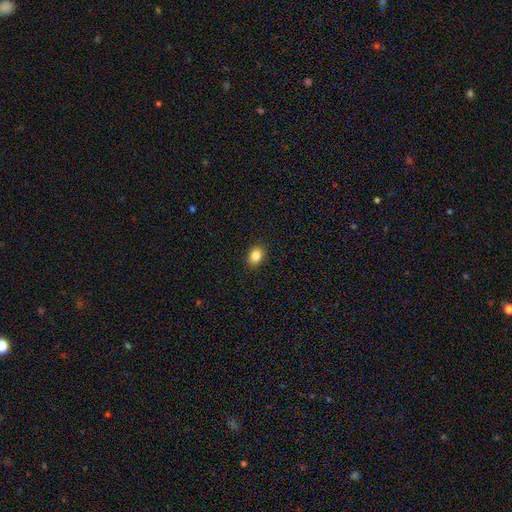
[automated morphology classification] Q: Smooth or featured?
A: smooth (84%); runner-up: star or artifact (10%)
Q: How rounded?
A: in between (56%); runner-up: round (43%)
Q: Merging?
A: none (90%); runner-up: minor disturbance (7%)